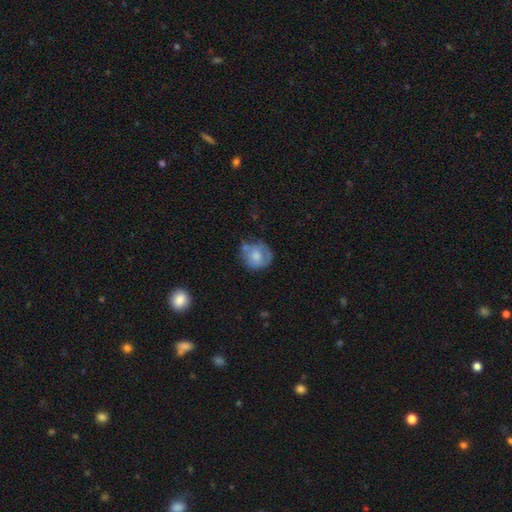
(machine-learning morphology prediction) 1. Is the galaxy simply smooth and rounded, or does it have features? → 61% smooth, 31% featured or disk, 8% star or artifact.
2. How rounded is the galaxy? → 77% round, 22% in between, 1% cigar-shaped.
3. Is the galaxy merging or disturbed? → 49% none, 30% minor disturbance, 13% major disturbance, 8% merger.